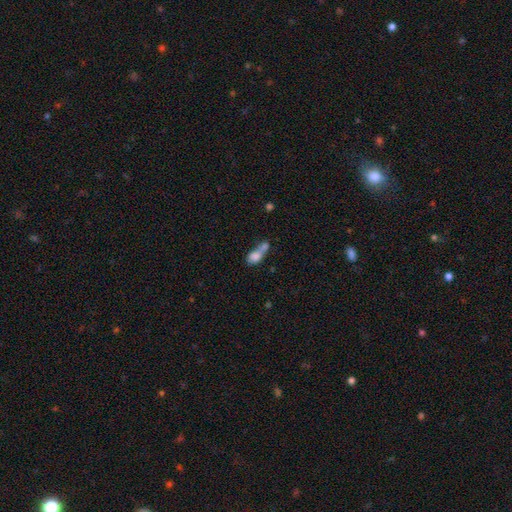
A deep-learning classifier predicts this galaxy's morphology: type=smooth (73%); roundness=in between (68%); merging=merger (66%).